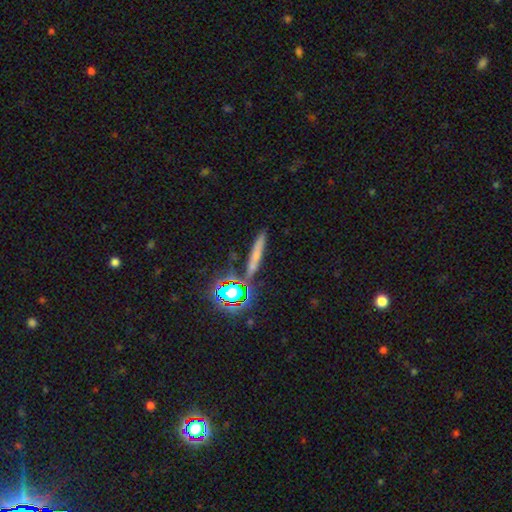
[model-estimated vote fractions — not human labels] A smooth galaxy with no disk features (56%) that is cigar-shaped (84%).

Vote fractions:
- Smooth or featured? smooth: 56% / featured or disk: 23% / star or artifact: 21%
- How rounded? cigar-shaped: 84% / round: 8% / in between: 8%
- Merging? none: 79% / minor disturbance: 10% / merger: 7% / major disturbance: 3%